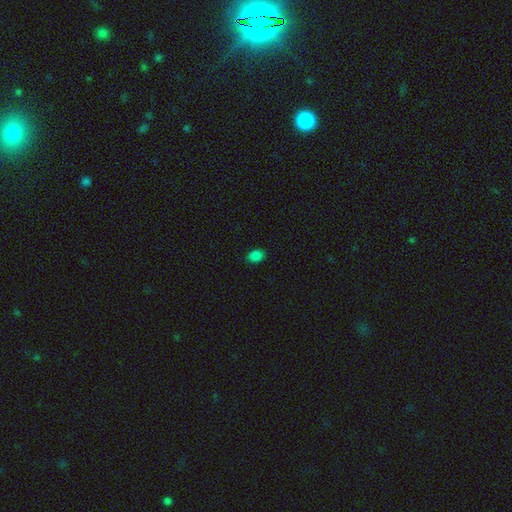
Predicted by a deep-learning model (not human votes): The model was most divided on "how rounded": in between: 77%, round: 21%, cigar-shaped: 1%. More confident: merging — none (88%); smooth or featured — smooth (85%).